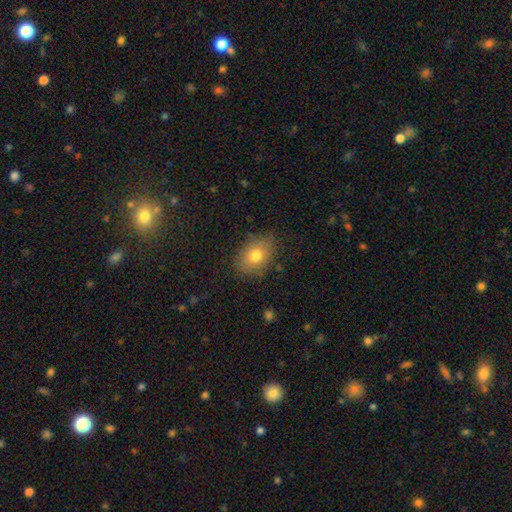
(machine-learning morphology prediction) smooth 76%, featured or disk 15%, star or artifact 10%. Down the decision tree: how rounded — in between (74%); merging — none (77%).